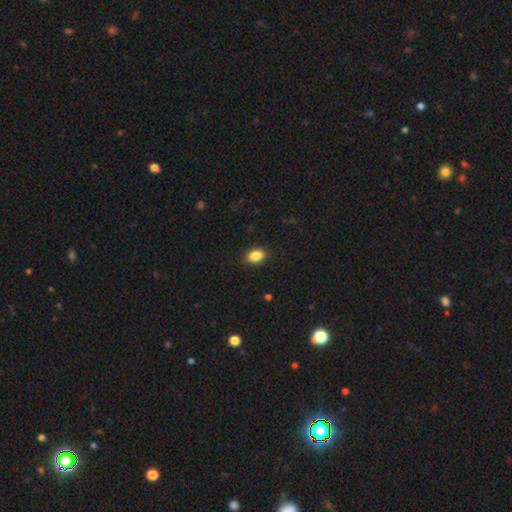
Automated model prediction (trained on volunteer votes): Smooth or featured?
  - smooth: 87% *
  - star or artifact: 8%
  - featured or disk: 4%
How rounded?
  - in between: 85% *
  - round: 14%
  - cigar-shaped: 1%
Merging?
  - none: 89% *
  - minor disturbance: 8%
  - major disturbance: 2%
  - merger: 1%